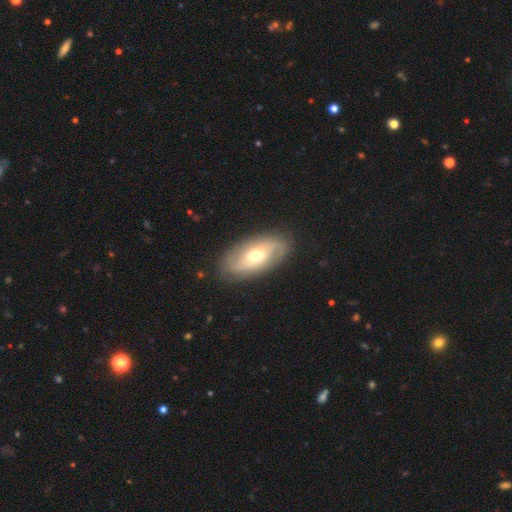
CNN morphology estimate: Smooth or featured: featured or disk — 65% (smooth — 29%)
Edge-on disk: no — 92% (yes — 8%)
Bar: no — 49% (weak — 38%)
Spiral arms: yes — 81% (no — 19%)
Bulge size: moderate — 69% (small — 20%)
Merging: none — 85% (minor disturbance — 11%)